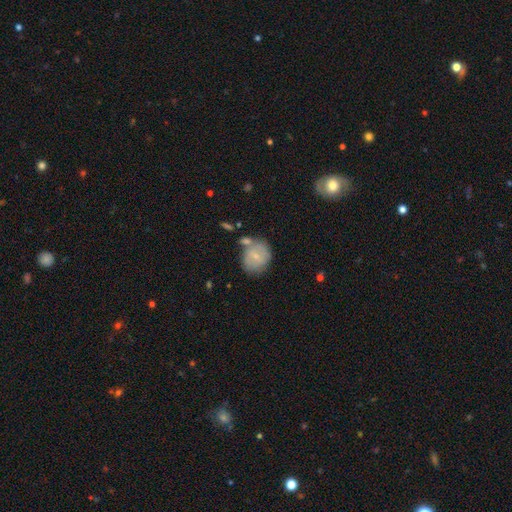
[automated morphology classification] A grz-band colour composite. It shows a smooth galaxy with no disk features (63%) that is round (73%). Merging: none (48%).